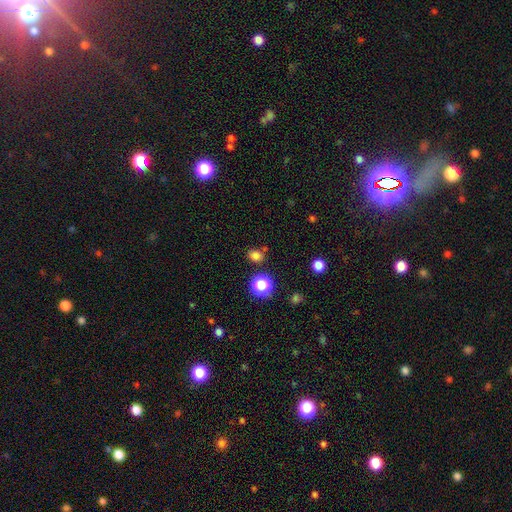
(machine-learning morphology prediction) smooth_or_featured: smooth (p=0.77) [alt: star or artifact p=0.18]
how_rounded: round (p=0.58) [alt: in between p=0.41]
merging: none (p=0.78) [alt: minor disturbance p=0.11]